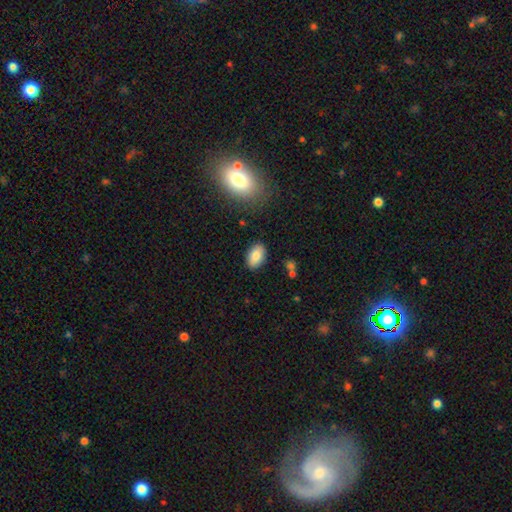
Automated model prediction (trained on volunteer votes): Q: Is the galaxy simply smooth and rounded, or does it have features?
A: smooth — 83%.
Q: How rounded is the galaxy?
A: in between — 90%.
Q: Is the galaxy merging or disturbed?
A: none — 85%.